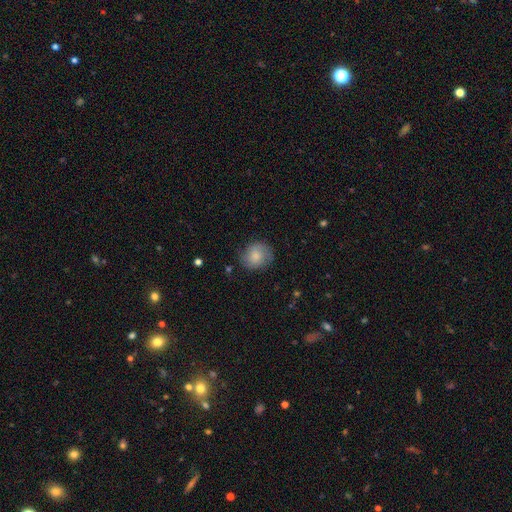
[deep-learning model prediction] smooth_or_featured: smooth (p=0.70) [alt: featured or disk p=0.22]
how_rounded: round (p=0.80) [alt: in between p=0.19]
merging: none (p=0.74) [alt: minor disturbance p=0.19]